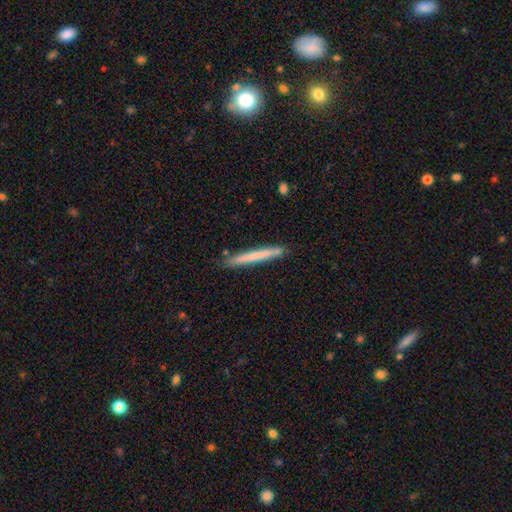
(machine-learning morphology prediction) smooth 65%, featured or disk 29%, star or artifact 6%. Down the decision tree: how rounded — cigar-shaped (97%); merging — none (87%).